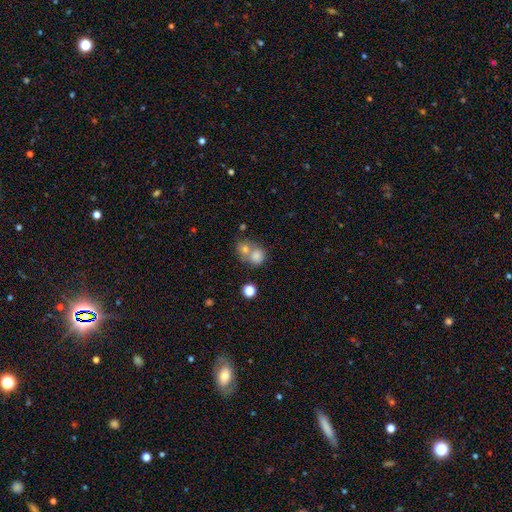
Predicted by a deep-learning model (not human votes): Smooth or featured? Predicted: smooth (p=0.77). How rounded? Predicted: round (p=0.74). Merging? Predicted: merger (p=0.56).